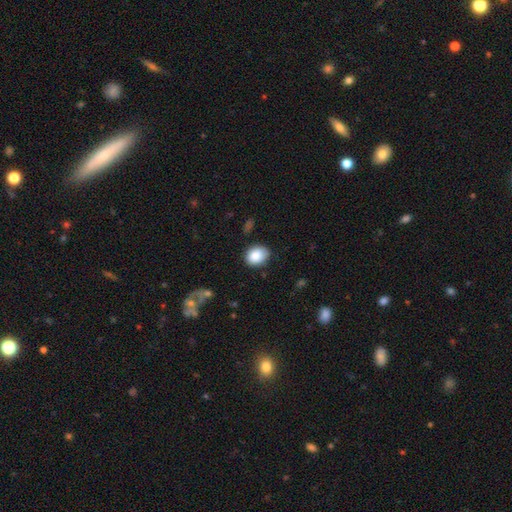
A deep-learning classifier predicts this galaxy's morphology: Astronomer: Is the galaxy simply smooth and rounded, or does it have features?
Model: smooth — 86%.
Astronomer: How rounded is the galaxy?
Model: in between — 51% (runner-up: round, 48%).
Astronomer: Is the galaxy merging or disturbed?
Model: none — 80%.